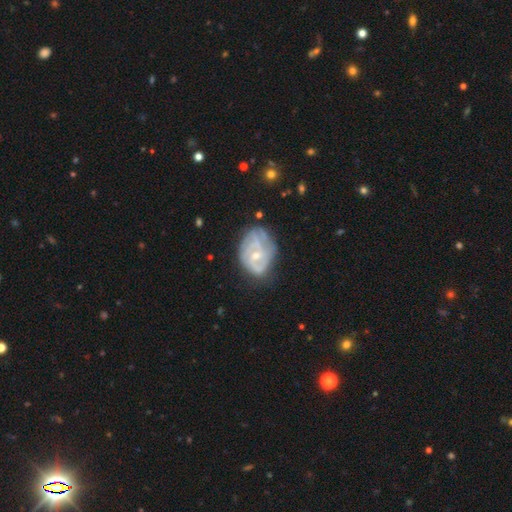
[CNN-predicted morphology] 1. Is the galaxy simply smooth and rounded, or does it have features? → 77% featured or disk, 16% smooth, 7% star or artifact.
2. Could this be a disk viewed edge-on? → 97% no, 3% yes.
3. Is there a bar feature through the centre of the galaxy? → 63% no, 31% weak, 6% strong.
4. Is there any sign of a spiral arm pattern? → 84% yes, 16% no.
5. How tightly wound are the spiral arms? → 55% tight, 32% medium, 12% loose.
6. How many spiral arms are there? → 42% can't tell, 20% 2, 18% 3, 10% 4, 5% 1, 5% more than 4.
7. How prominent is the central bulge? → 61% small, 35% moderate, 2% none, 1% large, 1% dominant.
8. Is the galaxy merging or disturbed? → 58% none, 26% minor disturbance, 13% major disturbance, 2% merger.